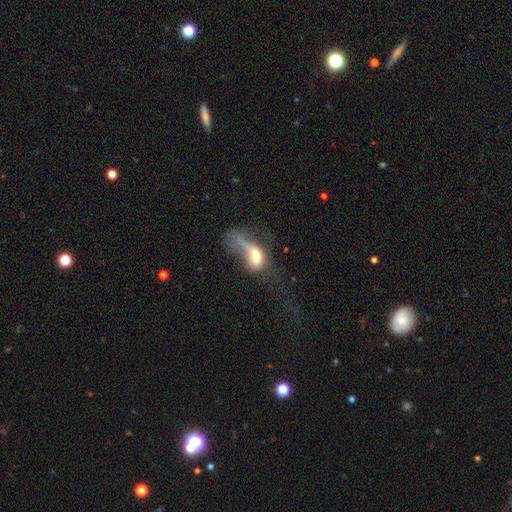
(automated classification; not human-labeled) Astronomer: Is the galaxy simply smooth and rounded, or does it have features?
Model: smooth — 57% (runner-up: featured or disk, 33%).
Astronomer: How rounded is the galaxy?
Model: in between — 73%.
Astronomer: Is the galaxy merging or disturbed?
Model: major disturbance — 60%.